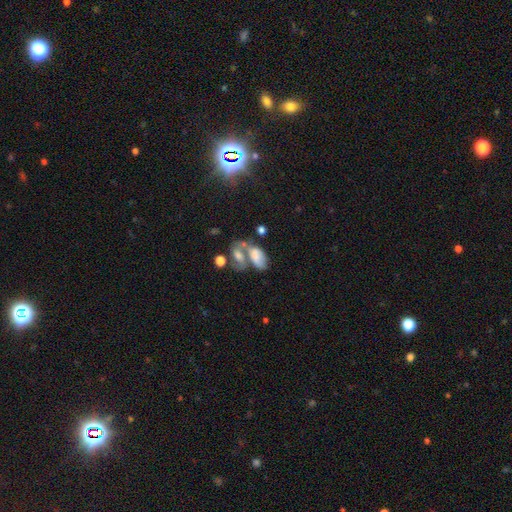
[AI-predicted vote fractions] smooth 64%, featured or disk 25%, star or artifact 11%. Down the decision tree: how rounded — in between (91%); merging — merger (54%).